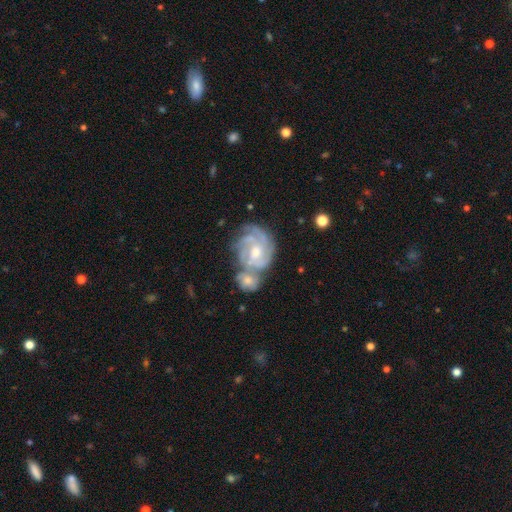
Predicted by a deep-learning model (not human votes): smooth-or-featured: featured or disk: 83% | smooth: 9% | star or artifact: 8%
  disk-edge-on: no: 97% | yes: 3%
    bar: no: 50% | weak: 39% | strong: 11%
    has-spiral-arms: yes: 96% | no: 4%
      spiral-winding: tight: 68% | medium: 27% | loose: 5%
      spiral-arm-count: 3: 32% | 2: 25% | can't tell: 23% | 4: 10% | 1: 5% | more than 4: 5%
    bulge-size: moderate: 60% | small: 35% | large: 3% | none: 1% | dominant: 1%
  merging: merger: 40% (tied) | none: 40% (tied) | minor disturbance: 14% | major disturbance: 6%